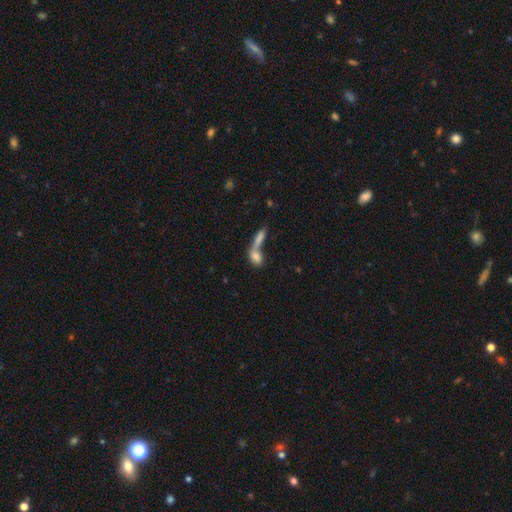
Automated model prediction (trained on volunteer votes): smooth 76%, featured or disk 15%, star or artifact 8%. Down the decision tree: how rounded — in between (65%); merging — merger (63%).